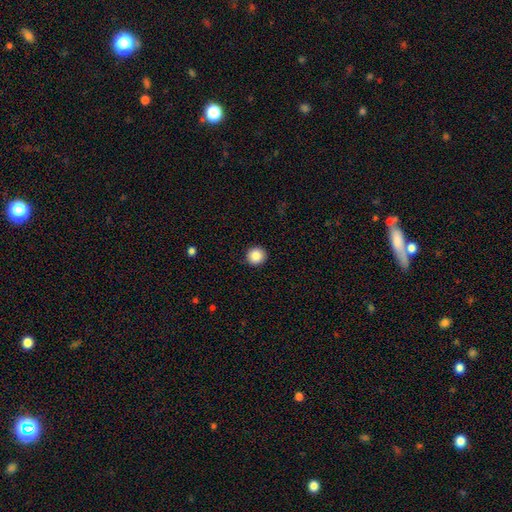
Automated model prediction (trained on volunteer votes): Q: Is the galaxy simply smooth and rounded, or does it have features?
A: smooth — 87%.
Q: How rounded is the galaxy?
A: round — 94%.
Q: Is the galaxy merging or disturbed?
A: none — 92%.